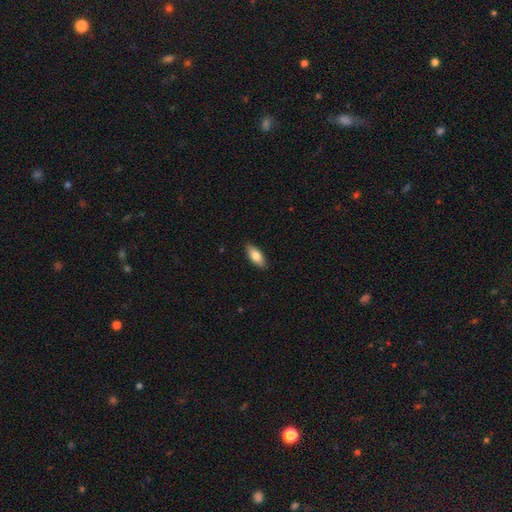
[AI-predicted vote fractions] This is likely a smooth galaxy (79%). How rounded: clearly in between (81%). Merging: clearly none (88%).